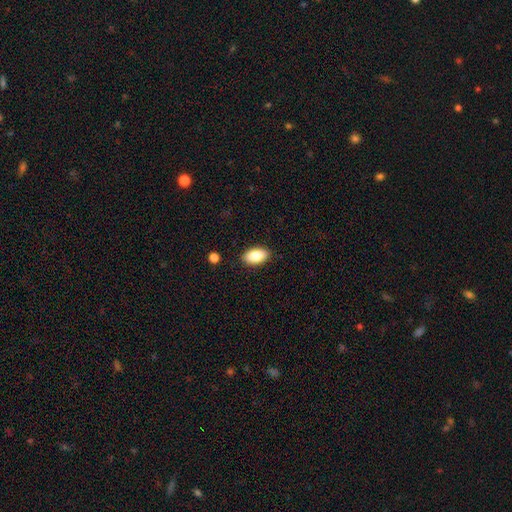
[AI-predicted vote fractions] Smooth or featured: smooth — 87% (star or artifact — 7%)
How rounded: in between — 94% (round — 4%)
Merging: none — 87% (minor disturbance — 9%)